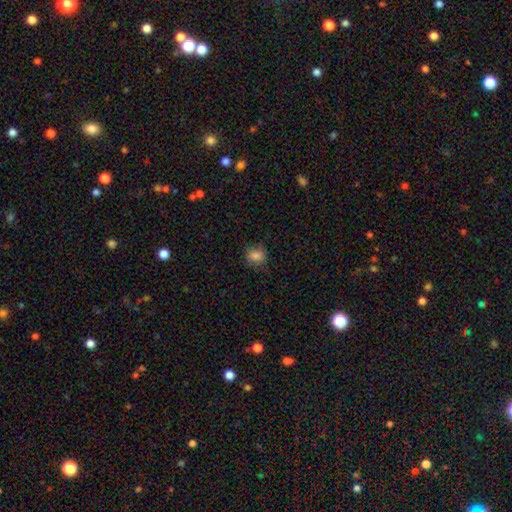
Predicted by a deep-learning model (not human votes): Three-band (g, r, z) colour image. It shows a smooth galaxy with no disk features (83%) that is round (72%). Merging: none (80%).